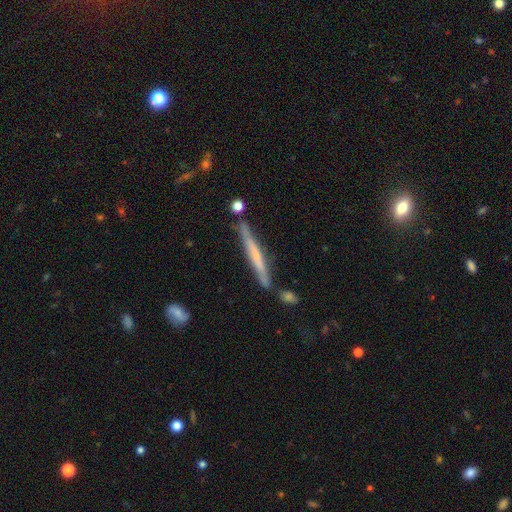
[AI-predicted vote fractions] Overall: featured or disk (54%; smooth 39%). Edge-on disk: yes (94%). Edge-on bulge: none (68%). Merging: none (76%).